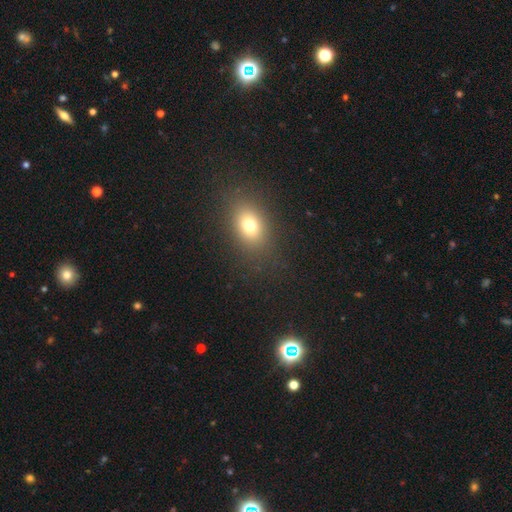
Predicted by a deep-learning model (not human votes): smooth 65%, star or artifact 26%, featured or disk 9%. Down the decision tree: how rounded — in between (70%); merging — none (90%).